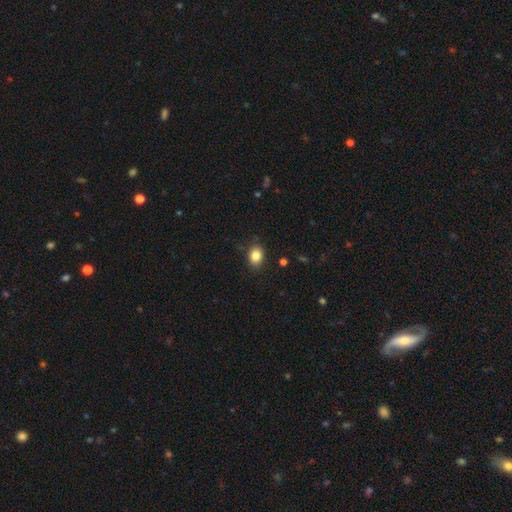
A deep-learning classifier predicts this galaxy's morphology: smooth_or_featured: smooth (p=0.85) [alt: star or artifact p=0.09]
how_rounded: in between (p=0.65) [alt: round p=0.34]
merging: none (p=0.85) [alt: minor disturbance p=0.11]